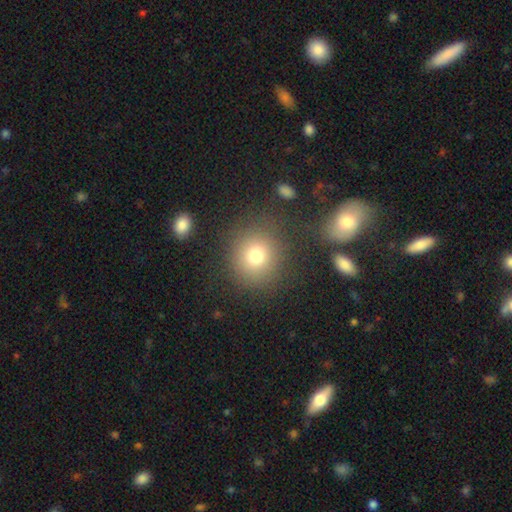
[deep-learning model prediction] The model was most divided on "smooth or featured": smooth: 76%, star or artifact: 15%, featured or disk: 9%. More confident: how rounded — round (87%); merging — none (83%).